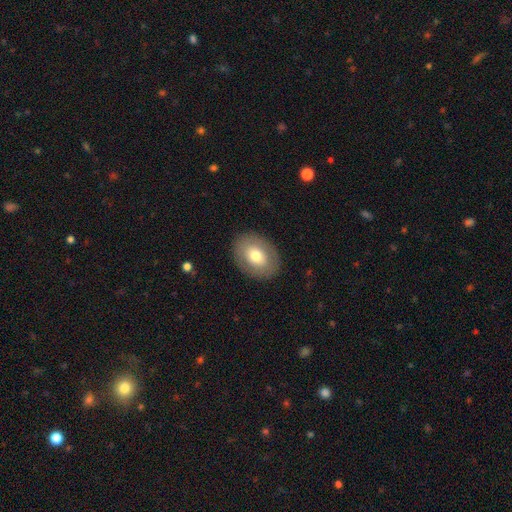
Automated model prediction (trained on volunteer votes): Smooth or featured? Predicted: smooth (p=0.67). How rounded? Predicted: in between (p=0.68). Merging? Predicted: none (p=0.87).